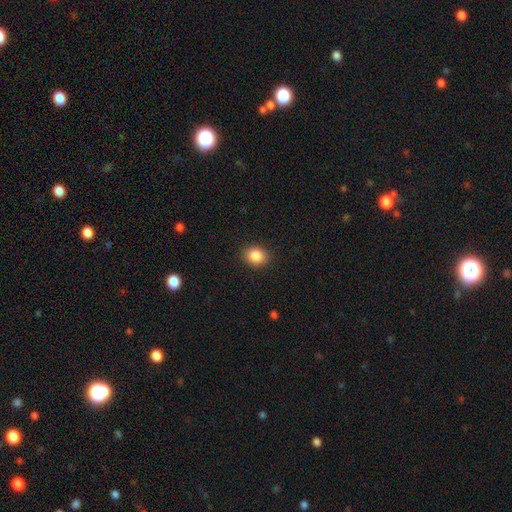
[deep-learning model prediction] Morphology: type=smooth (87%); roundness=round (68%); merging=none (89%).